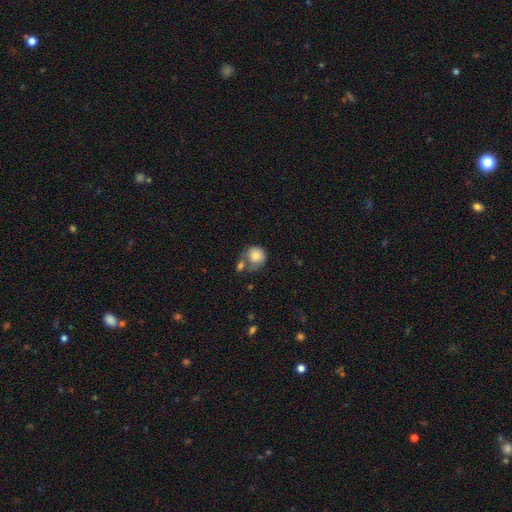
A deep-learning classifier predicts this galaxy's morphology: Smooth or featured? smooth (82%)
How rounded? round (80%)
Merging? none (37%)